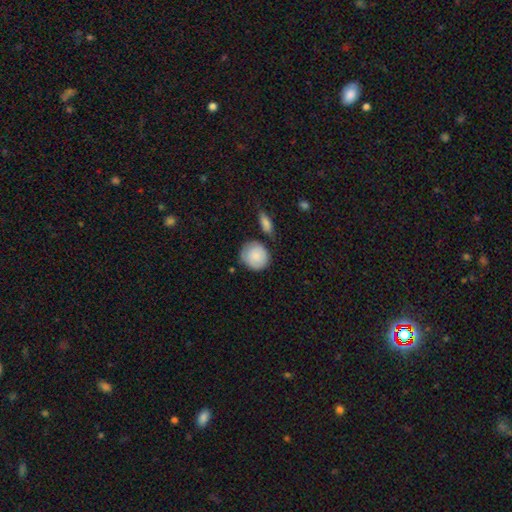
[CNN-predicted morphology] Q: Smooth or featured?
A: smooth (85%); runner-up: featured or disk (9%)
Q: How rounded?
A: round (88%); runner-up: in between (11%)
Q: Merging?
A: none (70%); runner-up: minor disturbance (19%)